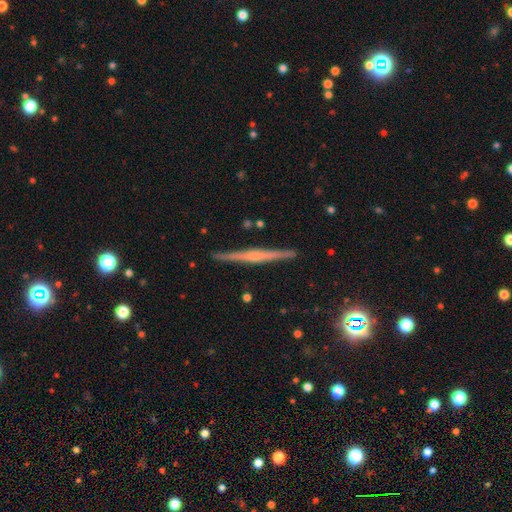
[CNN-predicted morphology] smooth-or-featured: featured or disk: 72% | smooth: 21% | star or artifact: 7%
  disk-edge-on: yes: 98% | no: 2%
    edge-on-bulge: rounded: 46% | none: 34% | boxy: 20%
  merging: none: 91% | minor disturbance: 6% | major disturbance: 1% | merger: 1%